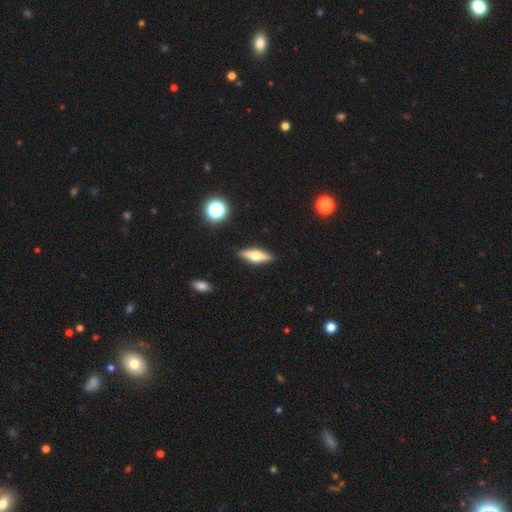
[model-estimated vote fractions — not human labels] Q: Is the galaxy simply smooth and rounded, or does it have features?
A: smooth — 48%.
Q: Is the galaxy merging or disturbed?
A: none — 88%.